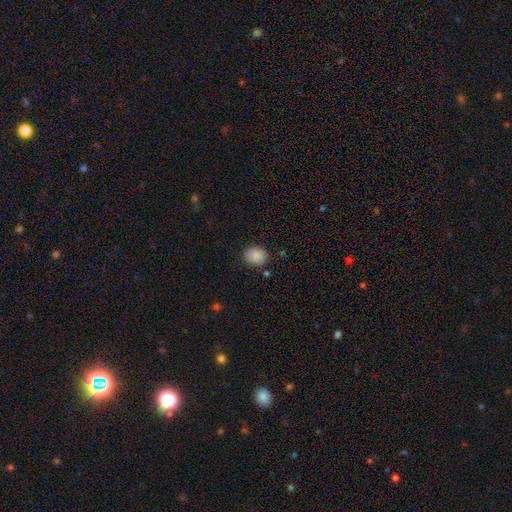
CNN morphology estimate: A smooth galaxy with no disk features (88%) that is round (50%). Merging: none (85%).